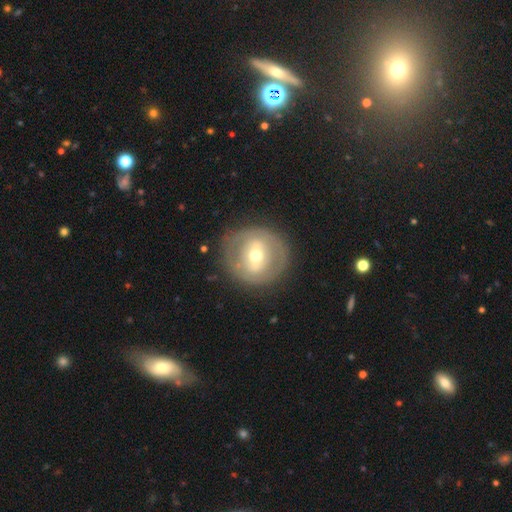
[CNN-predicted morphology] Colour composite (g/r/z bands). It shows a featured or disk galaxy (57%) with a weak bar (37%), no spiral arms (72%) and a moderate central bulge (64%). Merging: none (81%).